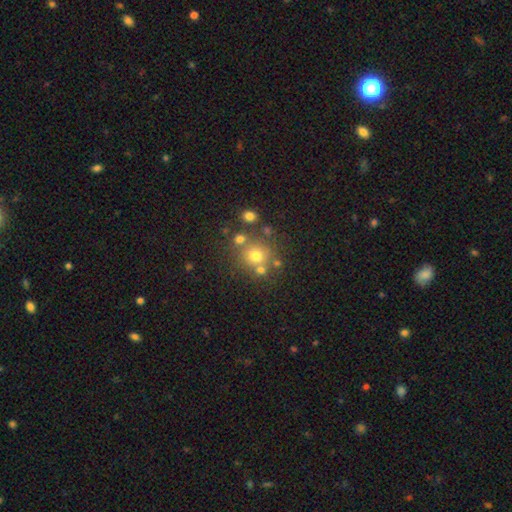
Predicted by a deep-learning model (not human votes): Smooth or featured?
  - smooth: 68% *
  - star or artifact: 19%
  - featured or disk: 14%
How rounded?
  - round: 88% *
  - in between: 11%
  - cigar-shaped: 1%
Merging?
  - none: 68% *
  - merger: 17%
  - minor disturbance: 10%
  - major disturbance: 5%